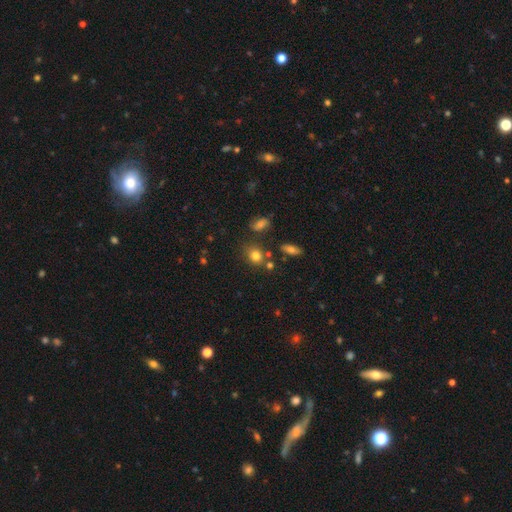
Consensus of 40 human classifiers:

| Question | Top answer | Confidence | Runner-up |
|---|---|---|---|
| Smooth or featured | smooth | 85% | featured or disk (8%) |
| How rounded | round | 68% | in between (32%) |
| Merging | none | 65% | minor disturbance (24%) |